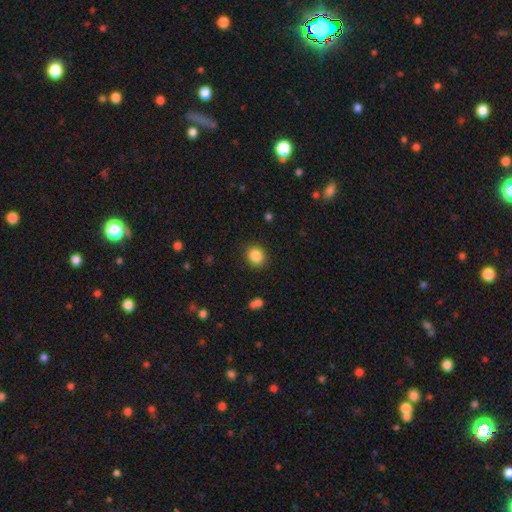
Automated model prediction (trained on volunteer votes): Morphology: type=smooth (86%); roundness=round (73%); merging=none (89%).